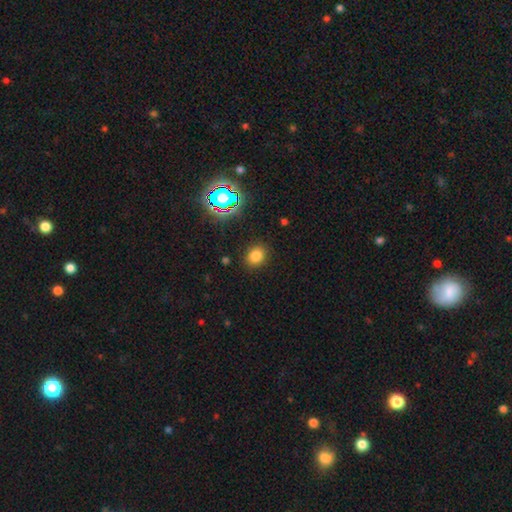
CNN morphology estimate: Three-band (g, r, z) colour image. It shows a smooth galaxy with no disk features (77%) that is round (50%). Merging: none (87%).